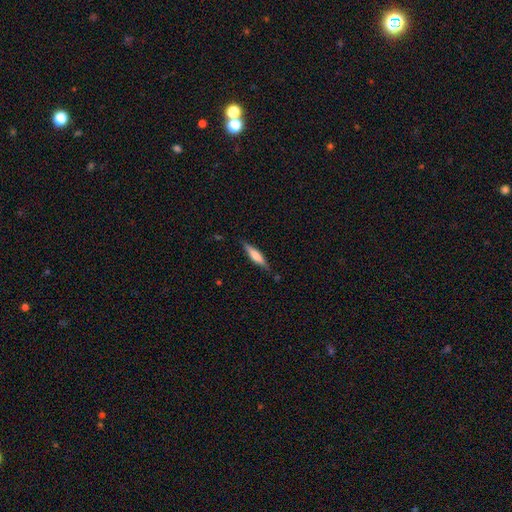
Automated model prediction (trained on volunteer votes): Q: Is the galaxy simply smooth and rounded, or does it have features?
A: smooth — 57%.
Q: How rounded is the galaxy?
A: cigar-shaped — 78%.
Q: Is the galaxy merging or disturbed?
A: none — 83%.